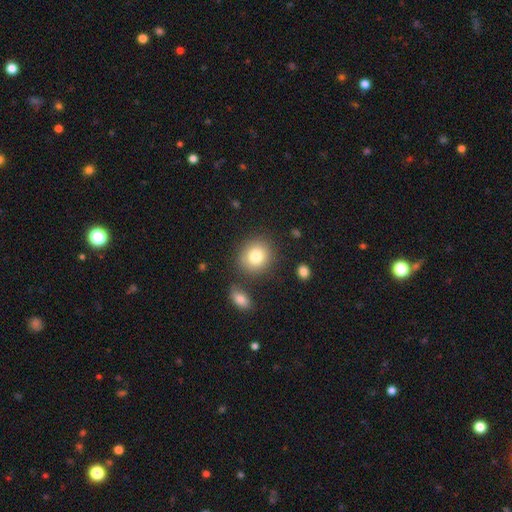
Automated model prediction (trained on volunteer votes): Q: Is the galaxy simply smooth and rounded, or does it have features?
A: smooth — 82%.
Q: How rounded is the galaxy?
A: round — 81%.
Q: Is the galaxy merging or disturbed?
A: none — 80%.